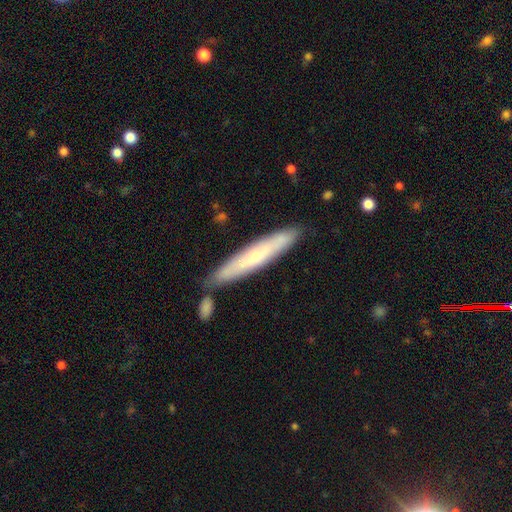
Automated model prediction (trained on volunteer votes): Morphology: type=featured or disk (49%); merging=none (75%).